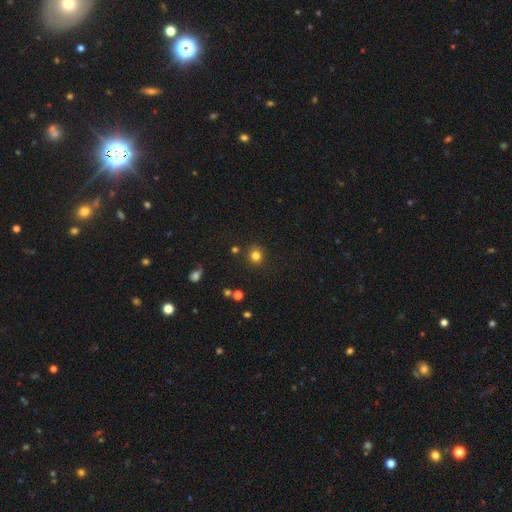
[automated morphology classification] A smooth galaxy with no disk features (79%) that is round (90%). Merging: none (87%).